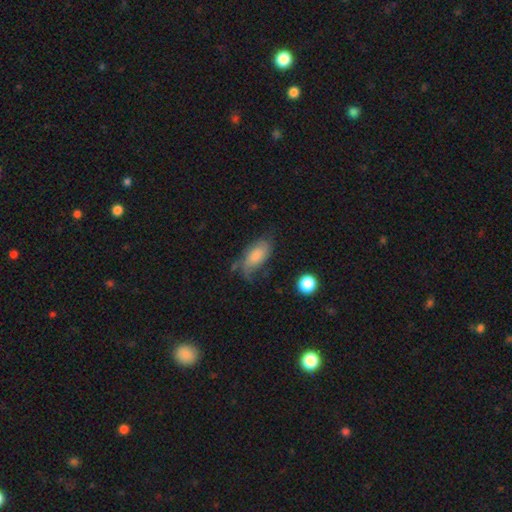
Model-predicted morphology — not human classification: Smooth or featured: smooth — 64% (featured or disk — 27%)
How rounded: in between — 87% (cigar-shaped — 9%)
Merging: none — 52% (minor disturbance — 31%)